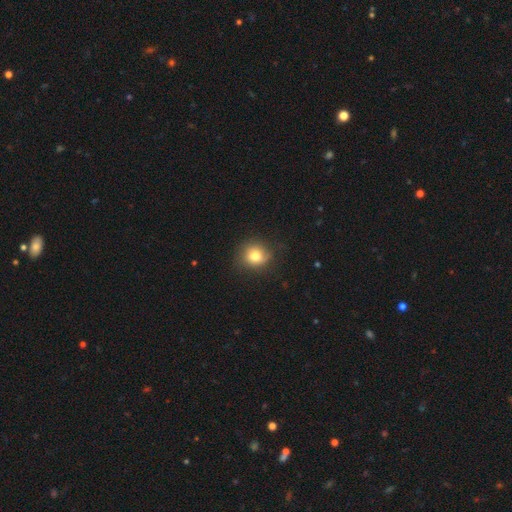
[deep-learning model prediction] smooth 78%, star or artifact 11%, featured or disk 11%. Down the decision tree: how rounded — round (83%); merging — none (77%).